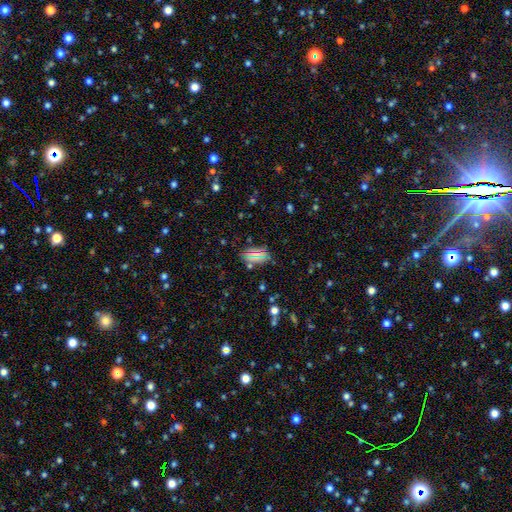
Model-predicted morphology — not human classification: Smooth or featured: smooth — 62% (star or artifact — 28%)
How rounded: in between — 80% (round — 15%)
Merging: none — 76% (minor disturbance — 15%)